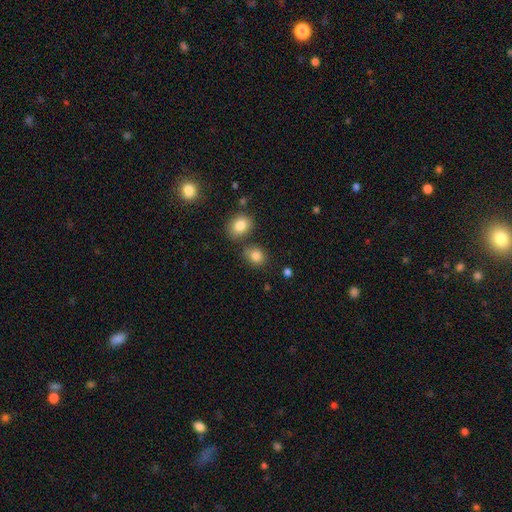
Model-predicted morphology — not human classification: Overall: smooth (84%). How rounded: round (58%; in between 41%). Merging: none (70%).